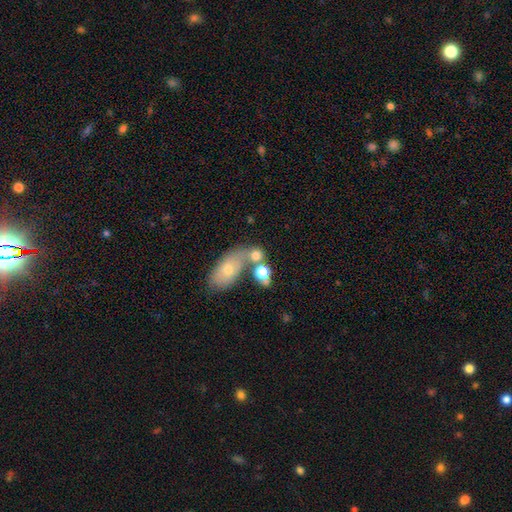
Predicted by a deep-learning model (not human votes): Overall: smooth (69%). How rounded: round (55%; in between 42%). Merging: merger (49%; none 34%).